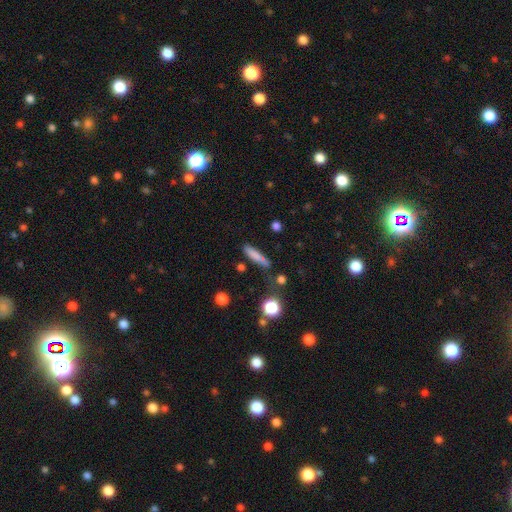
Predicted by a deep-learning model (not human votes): smooth-or-featured: smooth: 78% | featured or disk: 14% | star or artifact: 9%
  how-rounded: cigar-shaped: 81% | in between: 16% | round: 3%
  merging: none: 67% | minor disturbance: 20% | major disturbance: 7% | merger: 7%